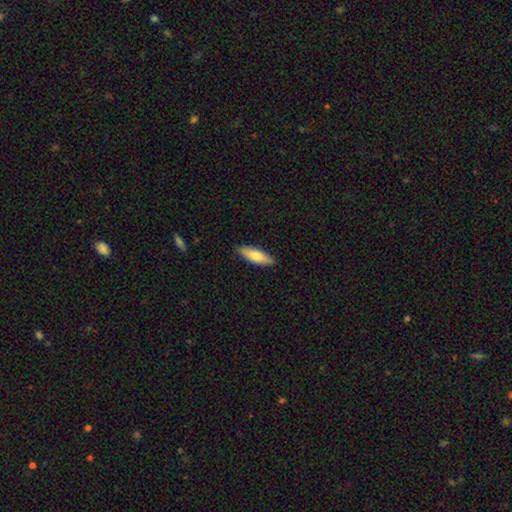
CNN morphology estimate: Smooth or featured: smooth — 76% (featured or disk — 19%)
How rounded: in between — 52% (cigar-shaped — 46%)
Merging: none — 89% (minor disturbance — 9%)